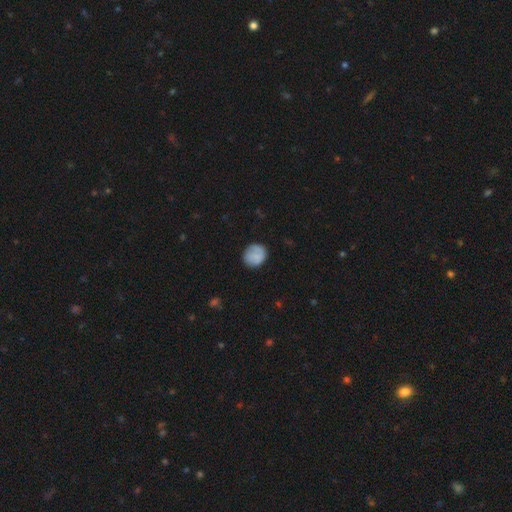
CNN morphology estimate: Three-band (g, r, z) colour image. It shows a smooth galaxy with no disk features (77%) that is round (81%). Merging: none (76%).